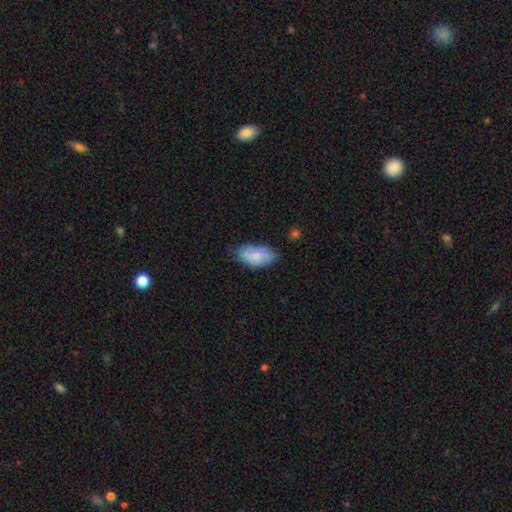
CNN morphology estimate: smooth 76%, featured or disk 18%, star or artifact 6%. Down the decision tree: how rounded — in between (94%); merging — none (65%).